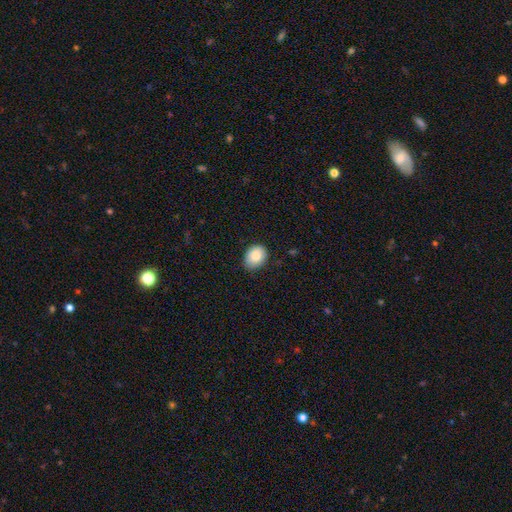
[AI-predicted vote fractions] Morphology: type=smooth (83%); roundness=in between (53%); merging=none (79%).